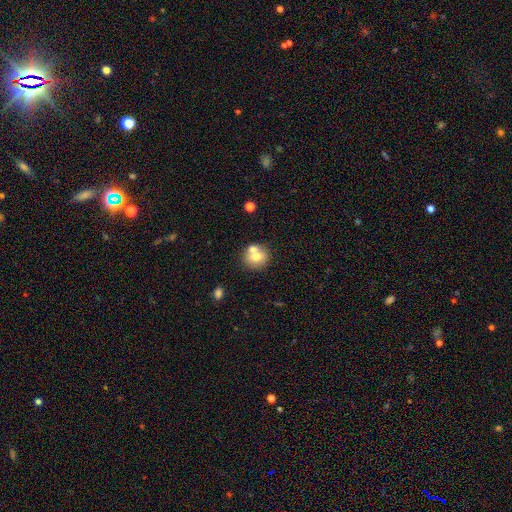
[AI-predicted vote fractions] Smooth or featured: smooth — 69% (featured or disk — 21%)
How rounded: round — 87% (in between — 12%)
Merging: none — 55% (merger — 33%)